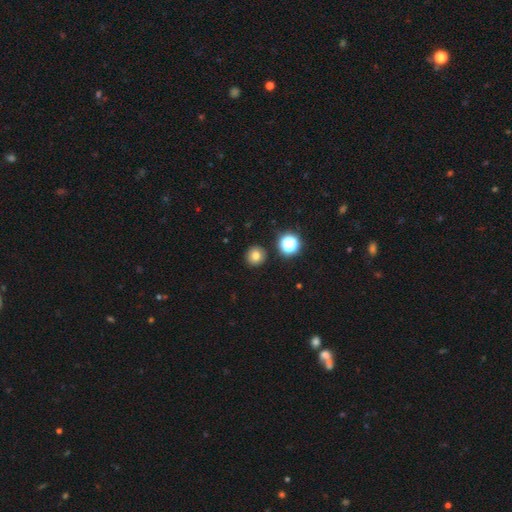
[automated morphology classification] smooth 78%, star or artifact 15%, featured or disk 8%. Down the decision tree: how rounded — round (93%); merging — none (91%).